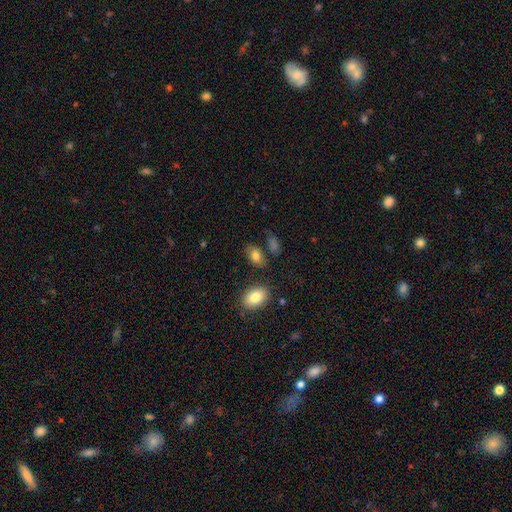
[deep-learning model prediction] A smooth galaxy with no disk features (82%) that is in between round and cigar-shaped (89%). Merging: none (74%).